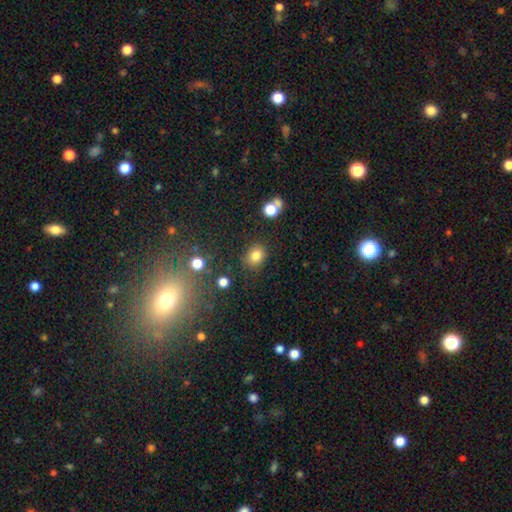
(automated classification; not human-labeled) smooth_or_featured: smooth (p=0.82) [alt: star or artifact p=0.12]
how_rounded: round (p=0.56) [alt: in between p=0.43]
merging: none (p=0.80) [alt: minor disturbance p=0.12]